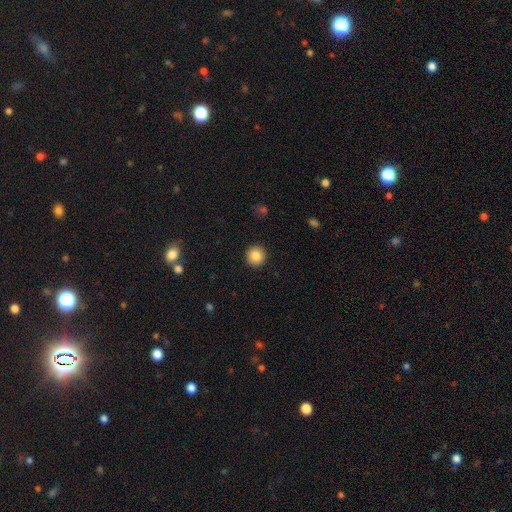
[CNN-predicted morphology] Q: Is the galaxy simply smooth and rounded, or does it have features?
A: smooth — 86%.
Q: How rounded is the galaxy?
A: round — 94%.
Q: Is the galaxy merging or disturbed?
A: none — 93%.